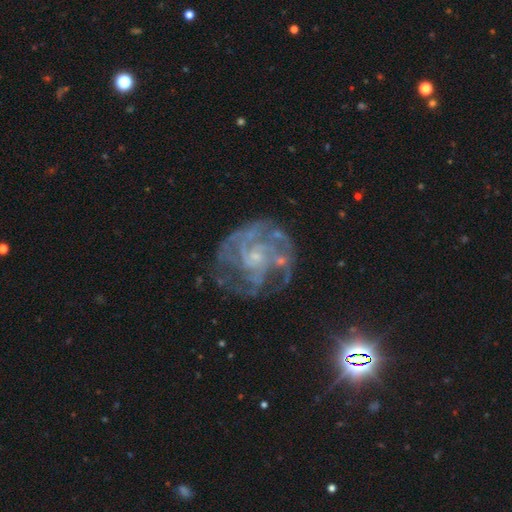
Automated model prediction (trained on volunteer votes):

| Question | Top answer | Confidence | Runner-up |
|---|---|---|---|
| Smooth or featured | featured or disk | 85% | star or artifact (9%) |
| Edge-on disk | no | 98% | yes (2%) |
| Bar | no | 72% | weak (23%) |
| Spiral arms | yes | 92% | no (8%) |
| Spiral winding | tight | 54% | medium (36%) |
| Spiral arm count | can't tell | 30% | 3 (25%) |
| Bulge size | small | 72% | moderate (13%) |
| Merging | none | 62% | minor disturbance (19%) |